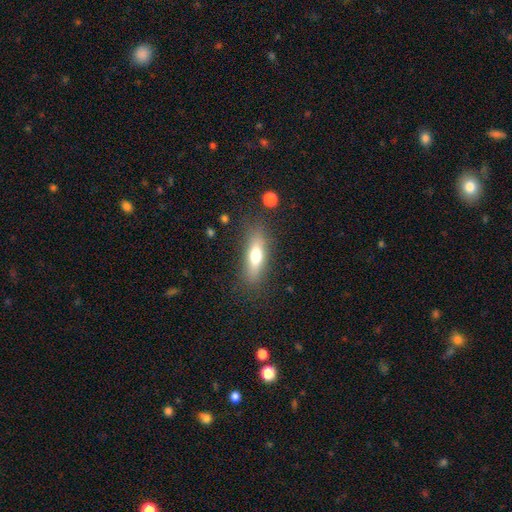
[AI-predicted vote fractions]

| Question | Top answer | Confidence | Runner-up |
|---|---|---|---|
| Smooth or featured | smooth | 62% | featured or disk (30%) |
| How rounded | cigar-shaped | 51% | in between (46%) |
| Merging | none | 81% | minor disturbance (12%) |